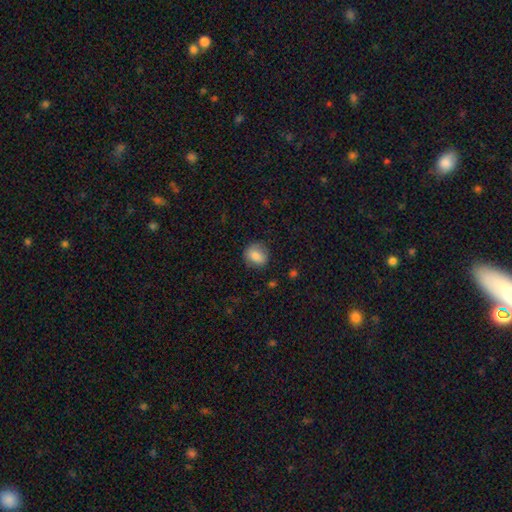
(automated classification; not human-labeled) Q: Smooth or featured?
A: smooth (80%); runner-up: featured or disk (11%)
Q: How rounded?
A: round (74%); runner-up: in between (25%)
Q: Merging?
A: none (80%); runner-up: minor disturbance (15%)